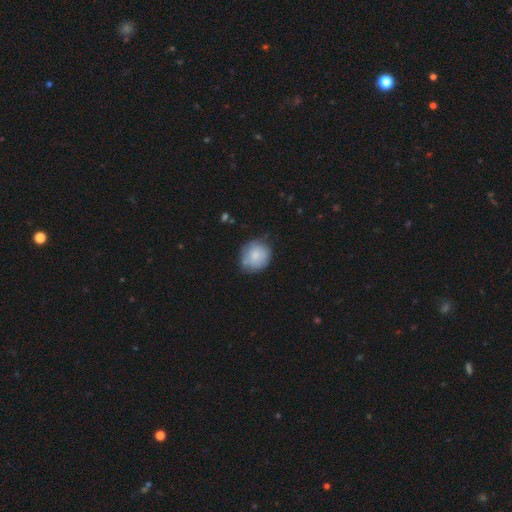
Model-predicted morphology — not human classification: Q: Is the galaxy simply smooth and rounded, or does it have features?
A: smooth — 71%.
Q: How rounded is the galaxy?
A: round — 75%.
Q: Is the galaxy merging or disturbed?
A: none — 65%.